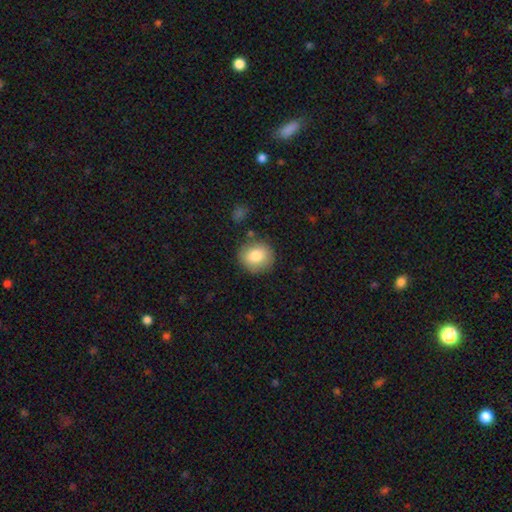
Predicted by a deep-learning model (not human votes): The model was most divided on "smooth or featured": smooth: 82%, featured or disk: 10%, star or artifact: 8%. More confident: how rounded — round (87%); merging — none (84%).